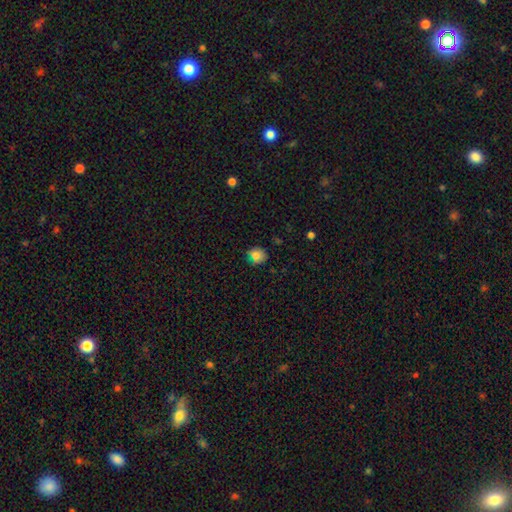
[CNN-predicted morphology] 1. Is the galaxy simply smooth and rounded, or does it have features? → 80% smooth, 12% star or artifact, 8% featured or disk.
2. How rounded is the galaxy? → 72% round, 27% in between, 1% cigar-shaped.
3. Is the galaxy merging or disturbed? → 69% none, 22% minor disturbance, 5% major disturbance, 4% merger.